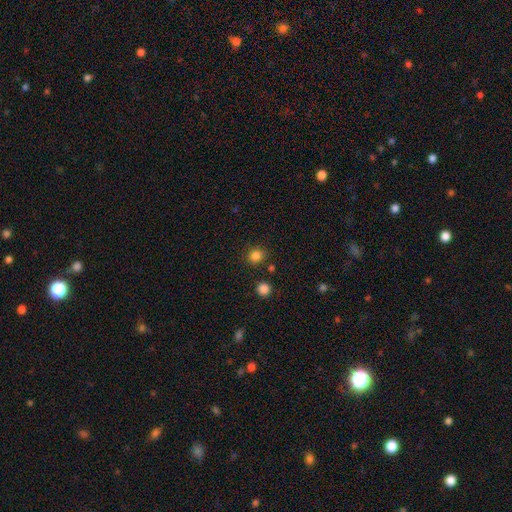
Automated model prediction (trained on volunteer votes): Smooth or featured?
  - smooth: 83% *
  - star or artifact: 13%
  - featured or disk: 4%
How rounded?
  - round: 82% *
  - in between: 17%
  - cigar-shaped: 1%
Merging?
  - none: 83% *
  - minor disturbance: 9%
  - merger: 5%
  - major disturbance: 3%